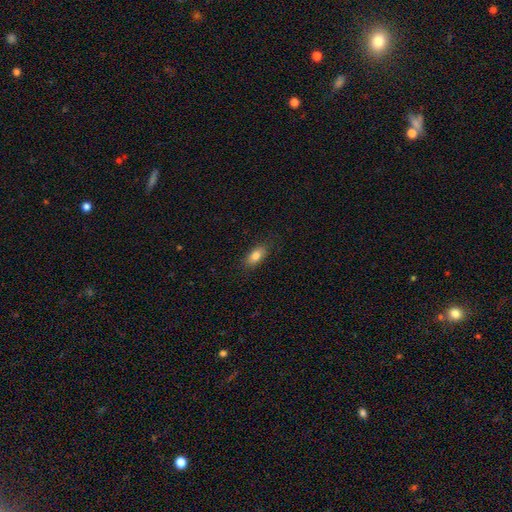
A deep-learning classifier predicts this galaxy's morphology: Smooth or featured? Predicted: smooth (p=0.82). How rounded? Predicted: in between (p=0.86). Merging? Predicted: none (p=0.84).